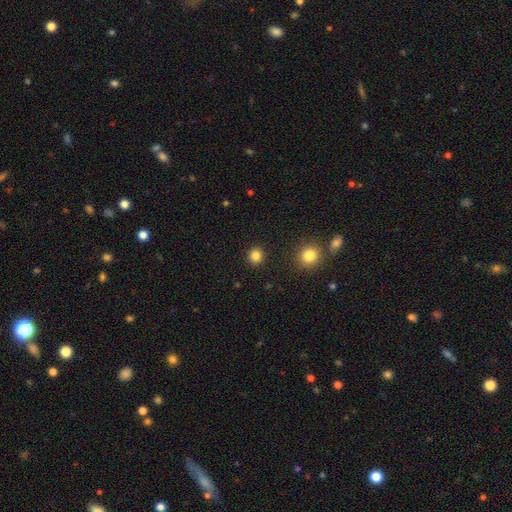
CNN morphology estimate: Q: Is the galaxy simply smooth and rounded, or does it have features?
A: smooth — 83%.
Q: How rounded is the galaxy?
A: round — 86%.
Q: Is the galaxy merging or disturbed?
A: none — 91%.